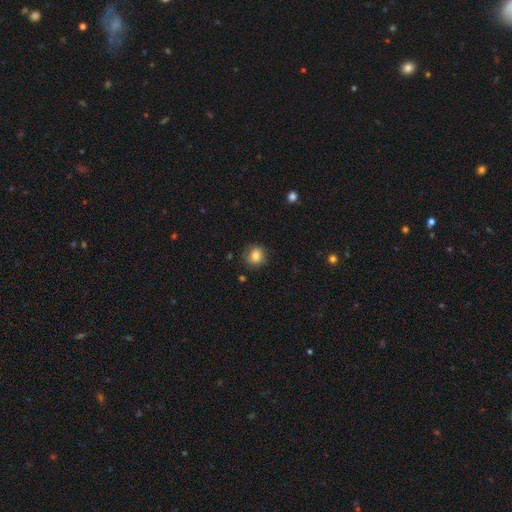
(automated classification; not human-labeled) Smooth or featured? Predicted: smooth (p=0.83). How rounded? Predicted: round (p=0.82). Merging? Predicted: none (p=0.81).